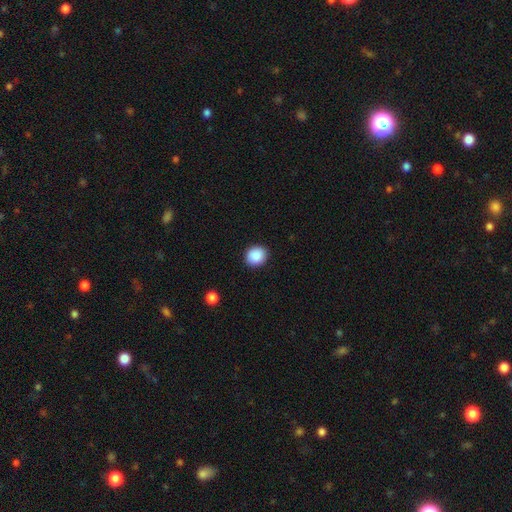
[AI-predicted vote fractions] The model was most divided on "how rounded": round: 77%, in between: 22%, cigar-shaped: 1%. More confident: merging — none (91%); smooth or featured — smooth (89%).